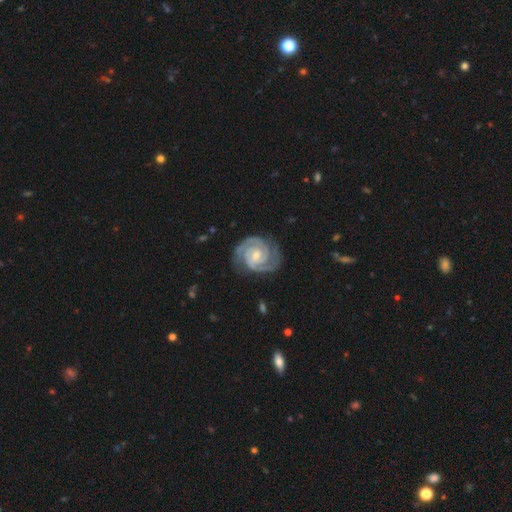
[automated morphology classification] Q: Smooth or featured?
A: featured or disk (93%); runner-up: star or artifact (3%)
Q: Edge-on disk?
A: no (98%); runner-up: yes (2%)
Q: Bar?
A: no (47%); runner-up: weak (40%)
Q: Spiral arms?
A: yes (99%); runner-up: no (1%)
Q: Spiral winding?
A: tight (73%); runner-up: medium (24%)
Q: Spiral arm count?
A: 2 (69%); runner-up: 3 (19%)
Q: Bulge size?
A: small (56%); runner-up: moderate (41%)
Q: Merging?
A: none (80%); runner-up: minor disturbance (15%)